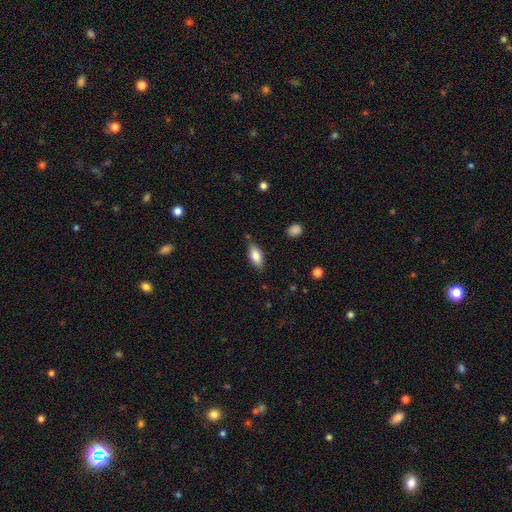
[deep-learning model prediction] Overall: smooth (82%). How rounded: in between (88%). Merging: none (79%).